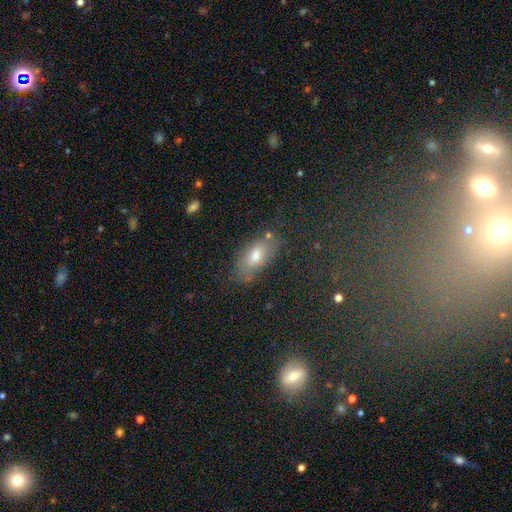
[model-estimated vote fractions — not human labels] A smooth galaxy with no disk features (69%) that is in between round and cigar-shaped (87%). Merging: none (69%).